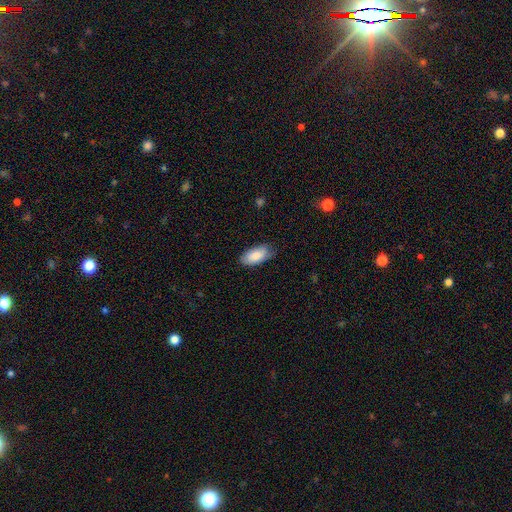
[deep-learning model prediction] This appears to be a smooth galaxy with no disk features (82%) that is in between round and cigar-shaped (93%). Merging: none (74%).